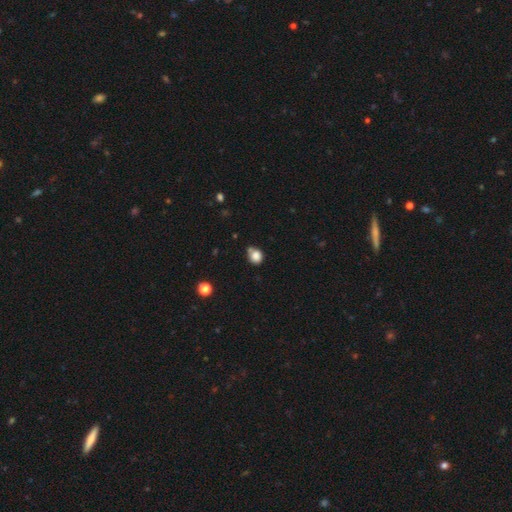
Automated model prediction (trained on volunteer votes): This is clearly a smooth galaxy (84%). How rounded: likely round (72%). Merging: likely none (62%).